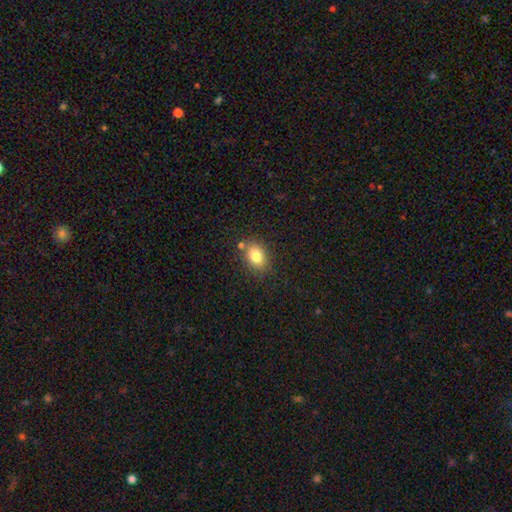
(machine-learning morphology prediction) type=smooth (81%); roundness=in between (69%); merging=none (75%).